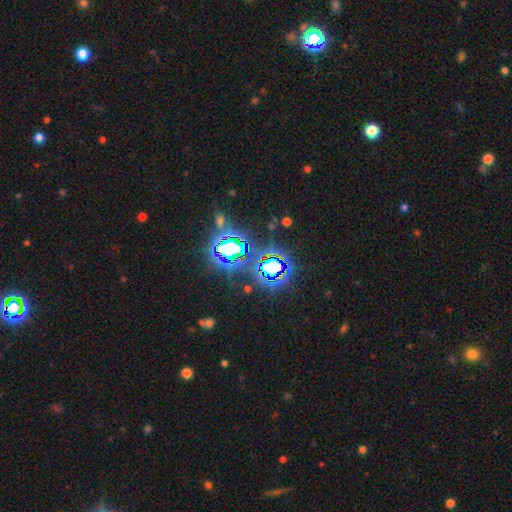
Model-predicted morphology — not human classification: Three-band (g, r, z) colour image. It shows a star or artifact, not a galaxy (81%).